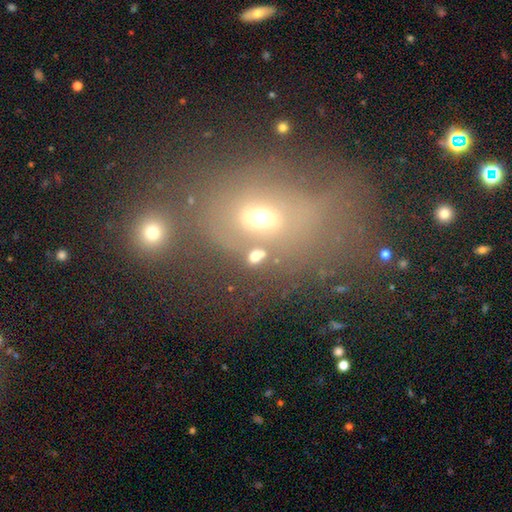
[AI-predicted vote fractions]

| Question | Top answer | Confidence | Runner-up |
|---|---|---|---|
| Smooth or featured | smooth | 63% | star or artifact (22%) |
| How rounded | in between | 58% | round (39%) |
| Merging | none | 61% | merger (19%) |